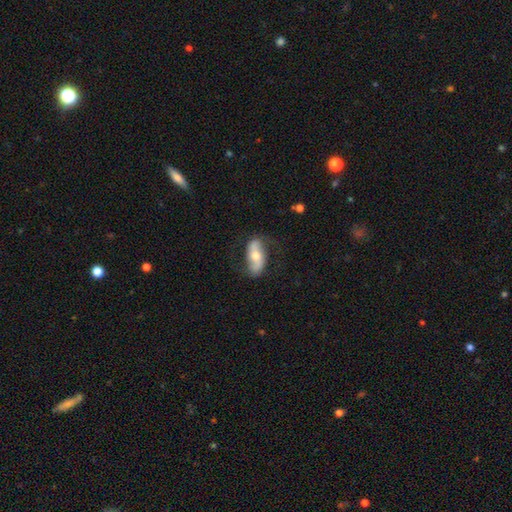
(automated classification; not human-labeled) A featured or disk galaxy (56%). Merging: none (73%).